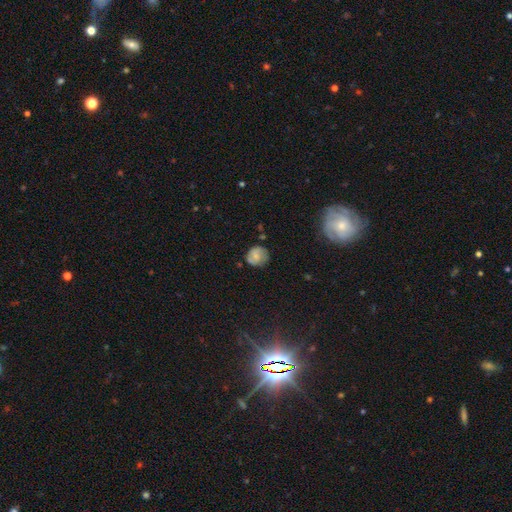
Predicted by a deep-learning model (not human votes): smooth_or_featured: smooth (p=0.56) [alt: featured or disk p=0.35]
how_rounded: round (p=0.75) [alt: in between p=0.23]
merging: none (p=0.70) [alt: minor disturbance p=0.23]